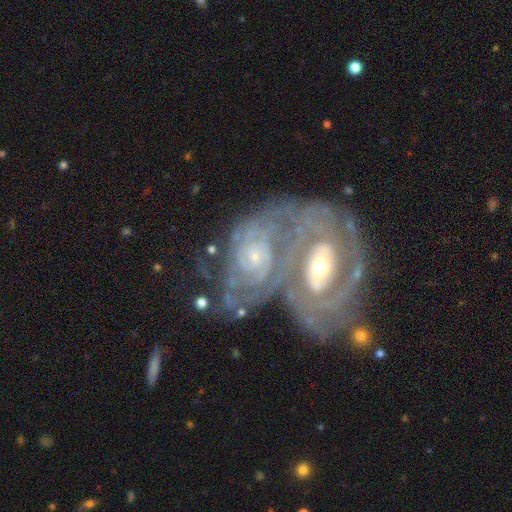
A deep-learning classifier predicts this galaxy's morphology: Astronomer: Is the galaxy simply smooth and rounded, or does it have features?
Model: featured or disk — 86%.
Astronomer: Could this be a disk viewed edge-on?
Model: no — 96%.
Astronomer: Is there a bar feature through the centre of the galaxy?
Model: no — 68%.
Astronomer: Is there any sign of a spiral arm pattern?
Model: yes — 93%.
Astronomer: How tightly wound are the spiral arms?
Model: tight — 70%.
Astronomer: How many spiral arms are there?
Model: can't tell — 41% (runner-up: 2, 22%).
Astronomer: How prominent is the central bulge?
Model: small — 67%.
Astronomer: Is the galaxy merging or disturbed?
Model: merger — 67%.